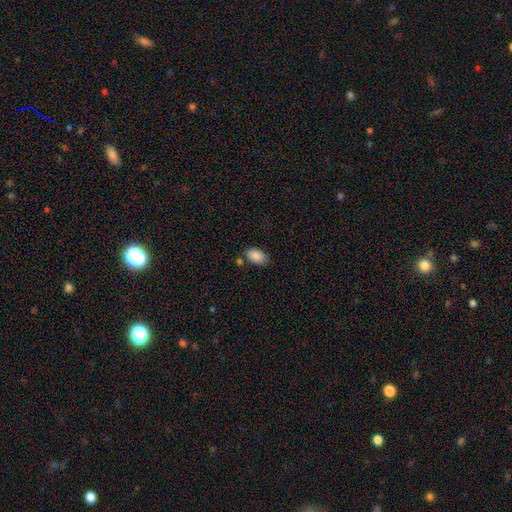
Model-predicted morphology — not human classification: A smooth galaxy with no disk features (89%) that is in between round and cigar-shaped (92%). Merging: none (72%).